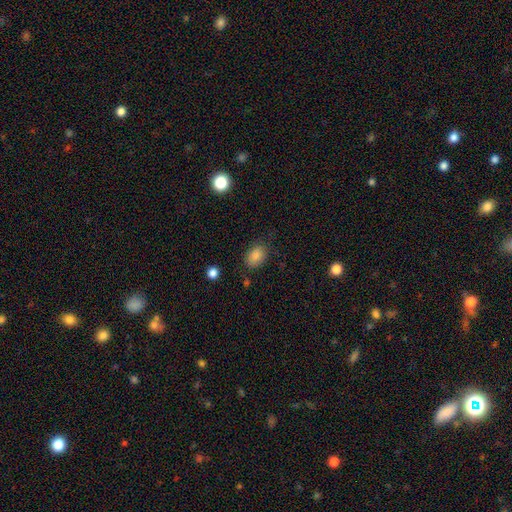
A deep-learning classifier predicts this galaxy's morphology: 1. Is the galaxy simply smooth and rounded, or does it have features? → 85% smooth, 9% star or artifact, 5% featured or disk.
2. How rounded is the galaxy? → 76% in between, 22% round, 1% cigar-shaped.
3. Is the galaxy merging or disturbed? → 78% none, 16% minor disturbance, 4% major disturbance, 2% merger.